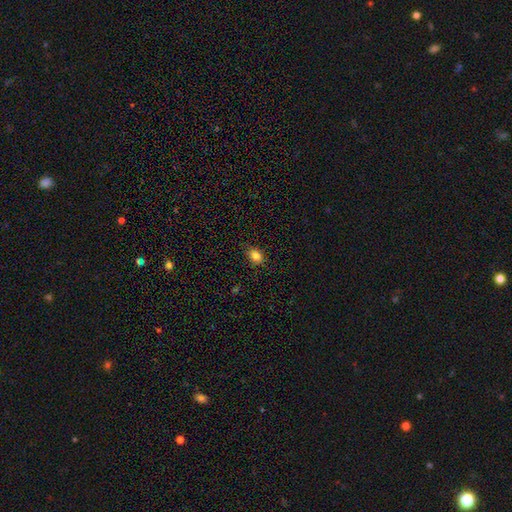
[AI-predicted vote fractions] Smooth or featured? smooth (82%)
How rounded? in between (68%)
Merging? none (83%)